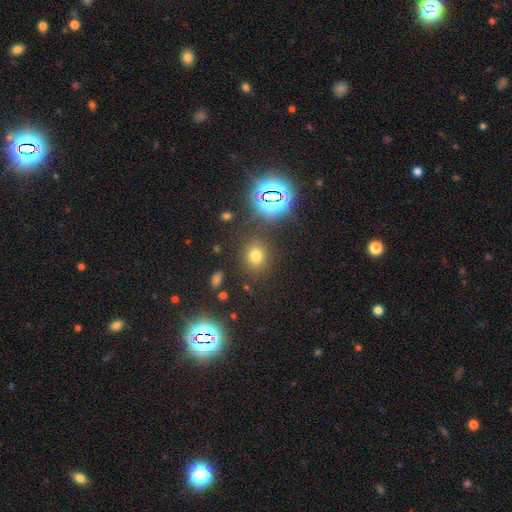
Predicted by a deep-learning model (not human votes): Q: Smooth or featured?
A: smooth (66%); runner-up: star or artifact (25%)
Q: How rounded?
A: round (66%); runner-up: in between (33%)
Q: Merging?
A: none (83%); runner-up: minor disturbance (9%)